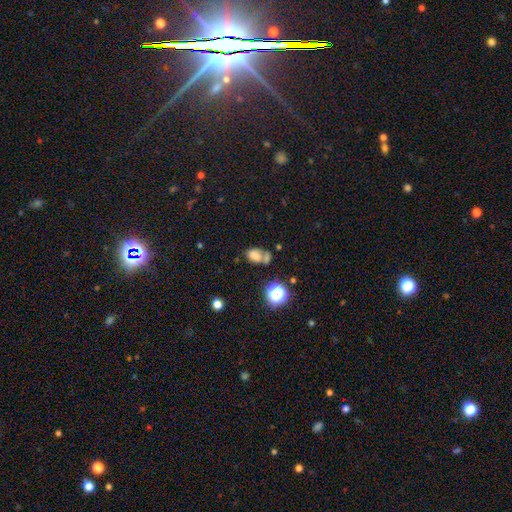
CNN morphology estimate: Smooth or featured? Predicted: smooth (p=0.71). How rounded? Predicted: in between (p=0.76). Merging? Predicted: merger (p=0.38).